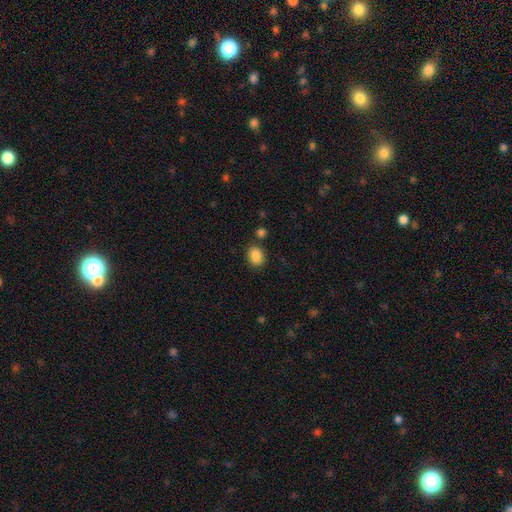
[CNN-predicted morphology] This appears to be a smooth galaxy with no disk features (87%) that is in between round and cigar-shaped (59%). Merging: none (82%).